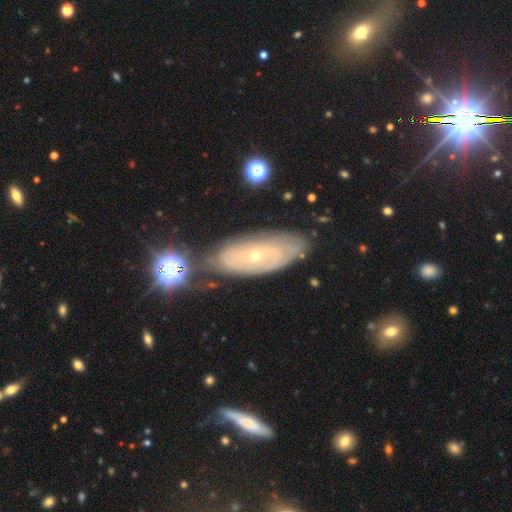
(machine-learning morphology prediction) The model was most divided on "spiral arm count": can't tell: 63%, 2: 16%, 3: 7%, 4: 6%, more than 4: 5%, 1: 4%. More confident: edge-on disk — no (88%); bar — no (80%); spiral arms — yes (79%); spiral winding — tight (77%); bulge size — small (77%); smooth or featured — featured or disk (75%); merging — none (74%).